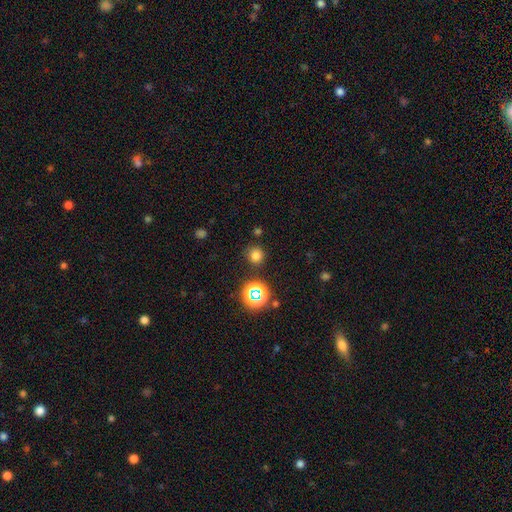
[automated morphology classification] Overall: smooth (74%). How rounded: round (92%). Merging: none (85%).